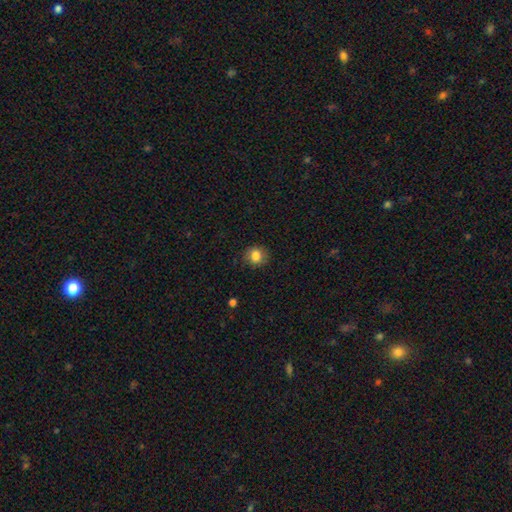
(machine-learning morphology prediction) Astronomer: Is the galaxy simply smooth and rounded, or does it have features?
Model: smooth — 84%.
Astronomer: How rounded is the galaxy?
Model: round — 82%.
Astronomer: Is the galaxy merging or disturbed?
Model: none — 85%.